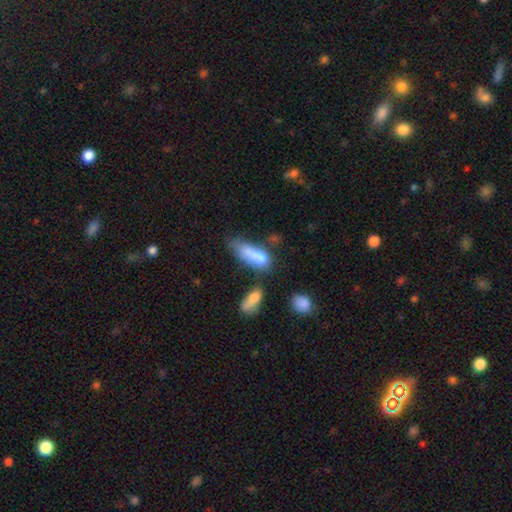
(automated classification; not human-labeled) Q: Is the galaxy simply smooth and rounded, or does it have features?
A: smooth — 72%.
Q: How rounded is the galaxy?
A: in between — 64%.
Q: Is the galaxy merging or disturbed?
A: merger — 32%.